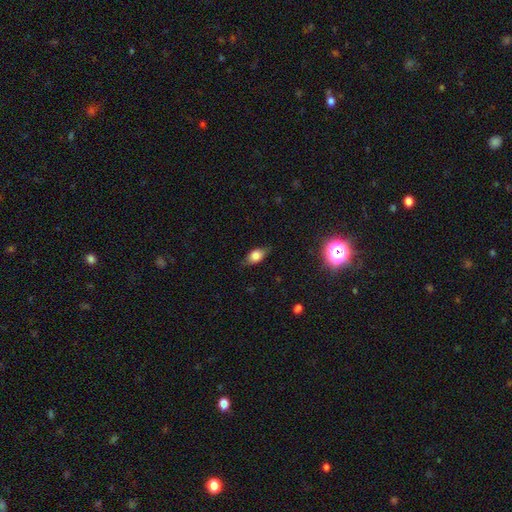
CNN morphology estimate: Smooth or featured? smooth (71%)
How rounded? in between (81%)
Merging? none (75%)